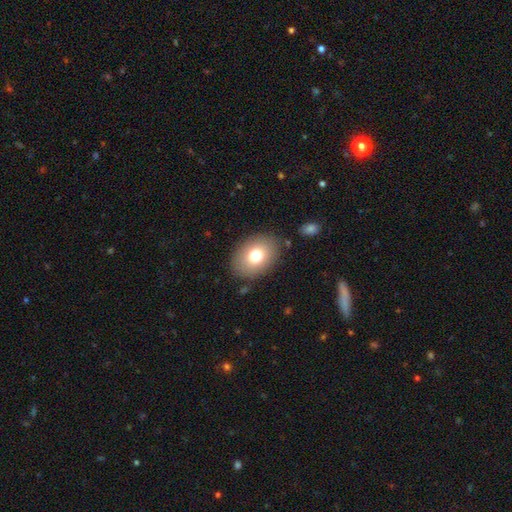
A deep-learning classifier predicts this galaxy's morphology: smooth_or_featured: smooth (p=0.76) [alt: featured or disk p=0.15]
how_rounded: in between (p=0.73) [alt: round p=0.27]
merging: none (p=0.84) [alt: minor disturbance p=0.10]